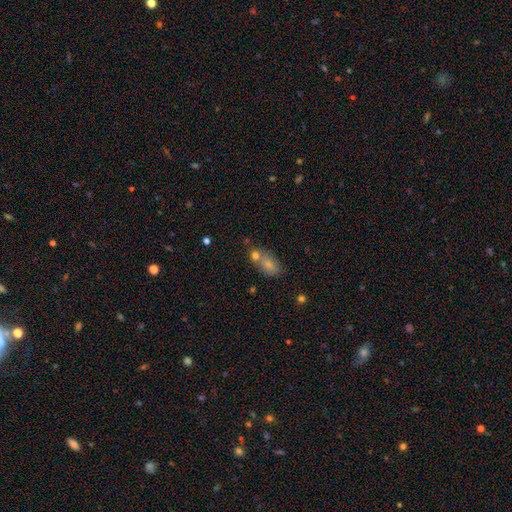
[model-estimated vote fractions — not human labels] Smooth or featured?
  - smooth: 60% *
  - star or artifact: 23%
  - featured or disk: 17%
How rounded?
  - in between: 65% *
  - round: 27%
  - cigar-shaped: 8%
Merging?
  - none: 51% *
  - merger: 31%
  - minor disturbance: 12%
  - major disturbance: 6%